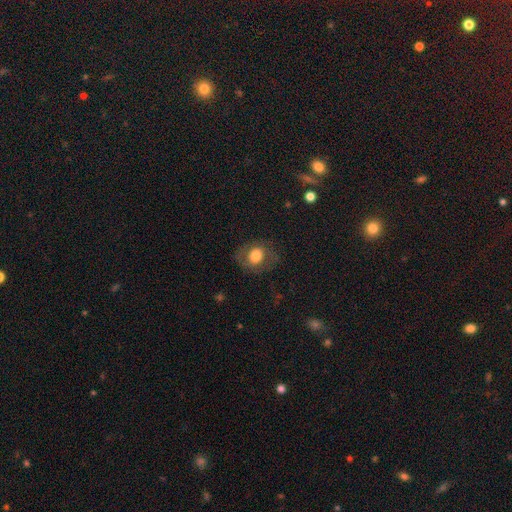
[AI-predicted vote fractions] The model was most divided on "how rounded": round: 60%, in between: 39%, cigar-shaped: 1%. More confident: merging — none (73%); smooth or featured — smooth (68%).